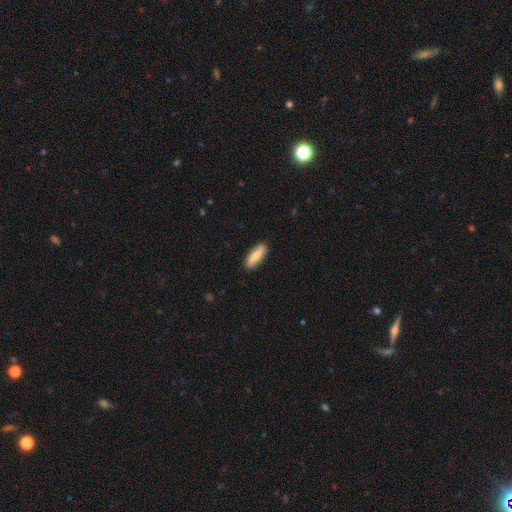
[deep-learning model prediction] Smooth or featured?
  - smooth: 73% *
  - featured or disk: 21%
  - star or artifact: 6%
How rounded?
  - in between: 56% *
  - cigar-shaped: 42%
  - round: 2%
Merging?
  - none: 88% *
  - minor disturbance: 9%
  - major disturbance: 2%
  - merger: 1%